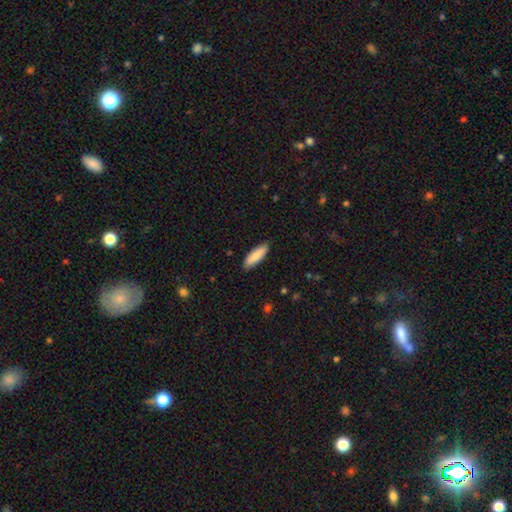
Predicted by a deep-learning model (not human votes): Smooth or featured: smooth — 86% (featured or disk — 9%)
How rounded: in between — 52% (cigar-shaped — 47%)
Merging: none — 88% (minor disturbance — 9%)